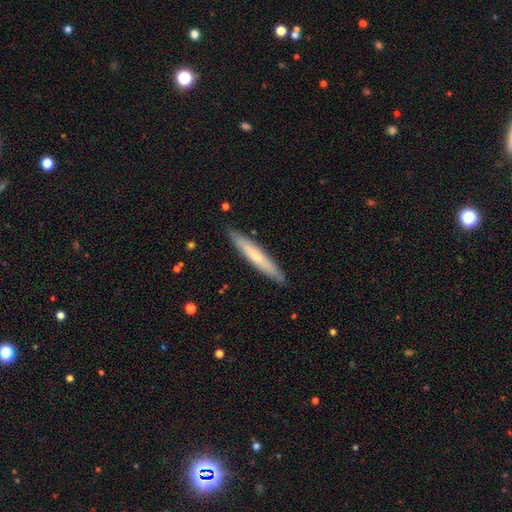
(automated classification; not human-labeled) This appears to be a smooth galaxy with no disk features (58%) that is cigar-shaped (94%). Merging: none (89%).